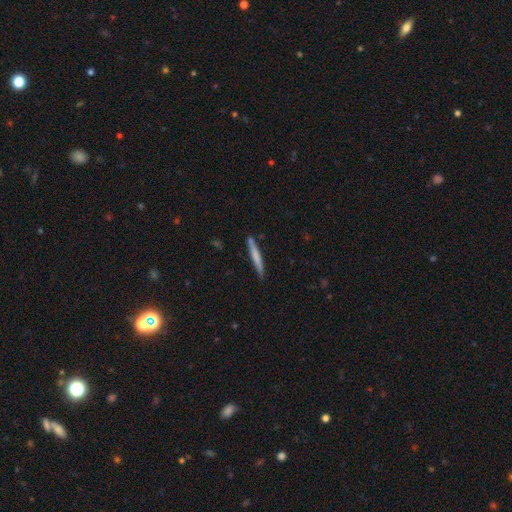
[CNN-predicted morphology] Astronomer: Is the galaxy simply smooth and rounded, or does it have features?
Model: smooth — 65%.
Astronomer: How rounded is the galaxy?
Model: cigar-shaped — 96%.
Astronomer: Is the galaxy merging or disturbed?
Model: none — 86%.